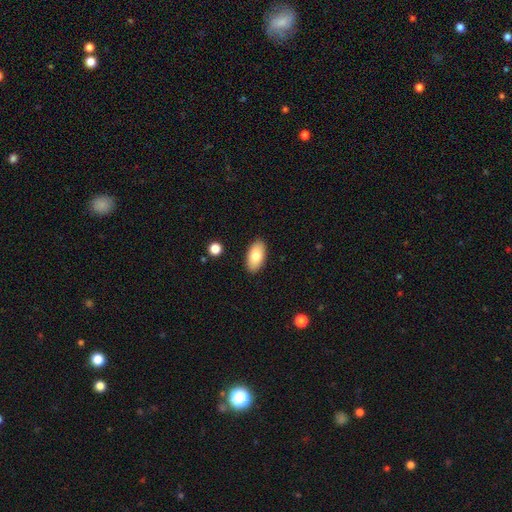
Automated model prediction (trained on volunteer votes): Overall: smooth (83%). How rounded: in between (94%). Merging: none (89%).